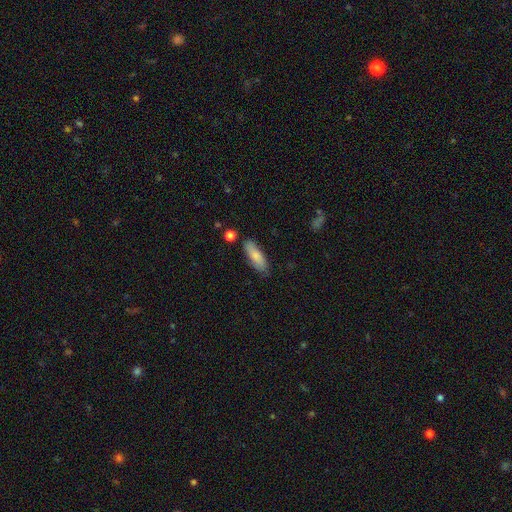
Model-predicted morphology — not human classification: Smooth or featured? Predicted: smooth (p=0.80). How rounded? Predicted: in between (p=0.56). Merging? Predicted: none (p=0.79).